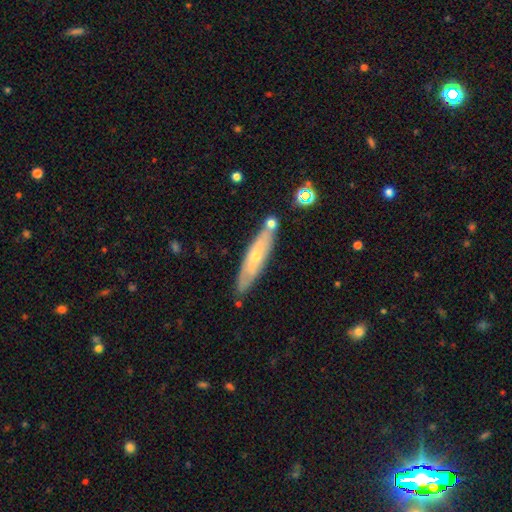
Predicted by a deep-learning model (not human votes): A featured or disk galaxy (54%) viewed edge-on (58%).

Vote fractions:
- Smooth or featured? featured or disk: 54% / smooth: 39% / star or artifact: 6%
- Edge-on disk? yes: 58% / no: 42%
- Merging? none: 78% / minor disturbance: 14% / merger: 6% / major disturbance: 3%